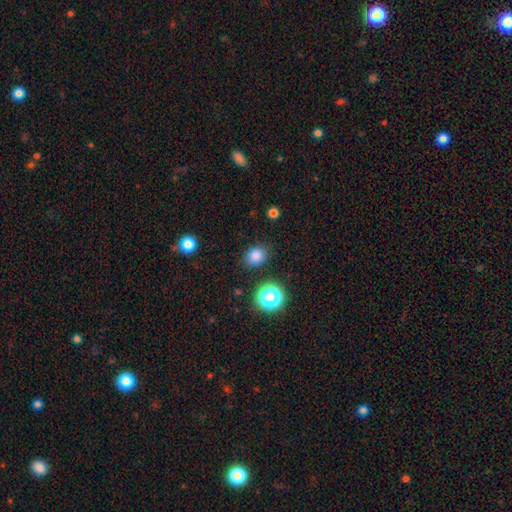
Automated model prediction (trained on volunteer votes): A smooth galaxy with no disk features (81%) that is round (60%). Merging: none (84%).